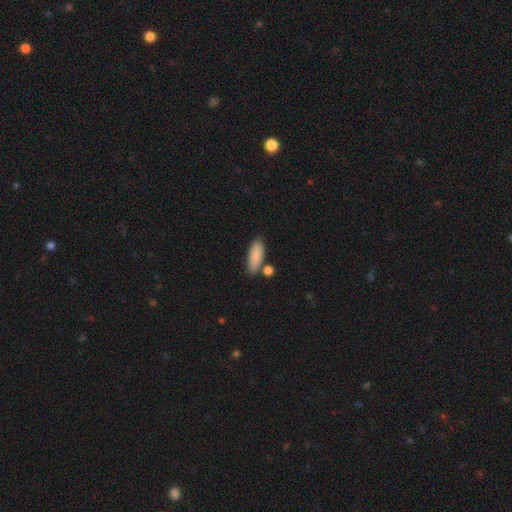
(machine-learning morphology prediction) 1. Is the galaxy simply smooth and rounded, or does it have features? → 86% smooth, 7% featured or disk, 6% star or artifact.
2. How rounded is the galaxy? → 72% in between, 26% cigar-shaped, 3% round.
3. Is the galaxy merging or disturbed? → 72% none, 14% minor disturbance, 11% merger, 3% major disturbance.